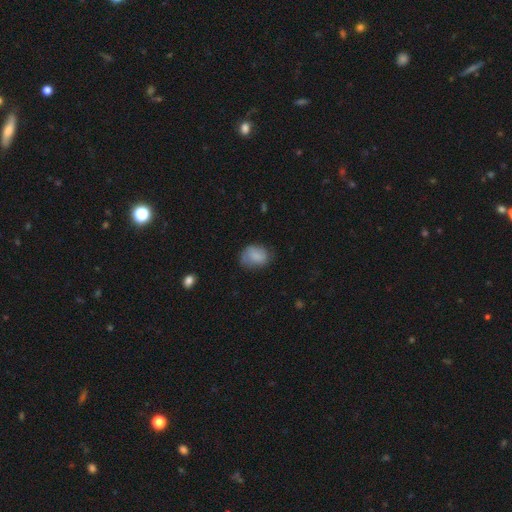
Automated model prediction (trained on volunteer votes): Smooth or featured? smooth (81%)
How rounded? in between (64%)
Merging? none (60%)